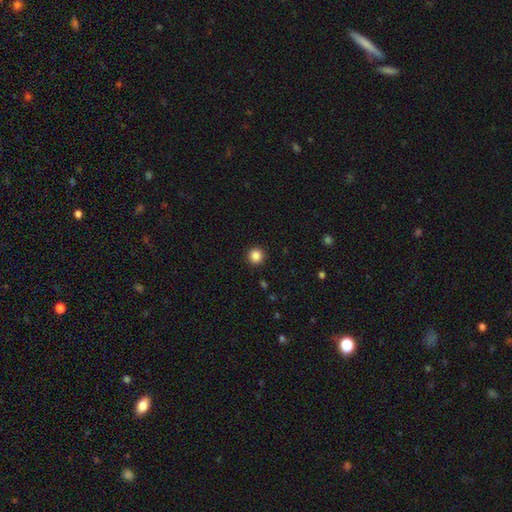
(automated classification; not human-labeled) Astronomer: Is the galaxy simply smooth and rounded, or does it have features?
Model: smooth — 86%.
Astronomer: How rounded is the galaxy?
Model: round — 94%.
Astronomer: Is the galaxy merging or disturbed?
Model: none — 92%.